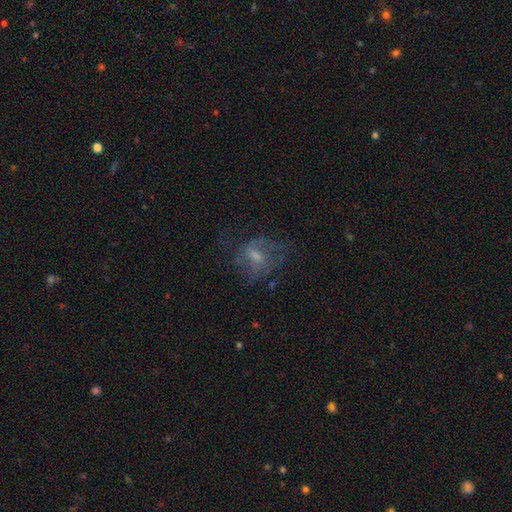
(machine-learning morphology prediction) A featured or disk galaxy (56%) with a weak bar (47%), spiral arms (61%) and a small central bulge (42%).

Vote fractions:
- Smooth or featured? featured or disk: 56% / smooth: 29% / star or artifact: 15%
- Edge-on disk? no: 96% / yes: 4%
- Bar? weak: 47% / no: 43% / strong: 10%
- Spiral arms? yes: 61% / no: 39%
- Bulge size? small: 42% / moderate: 35% / none: 18% / large: 4% / dominant: 1%
- Merging? none: 51% / major disturbance: 26% / minor disturbance: 20% / merger: 2%